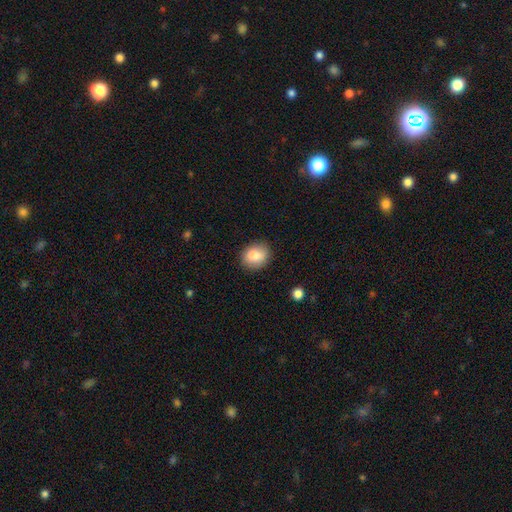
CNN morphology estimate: Smooth or featured: smooth — 83% (featured or disk — 9%)
How rounded: round — 50% (in between — 49%)
Merging: none — 85% (minor disturbance — 11%)